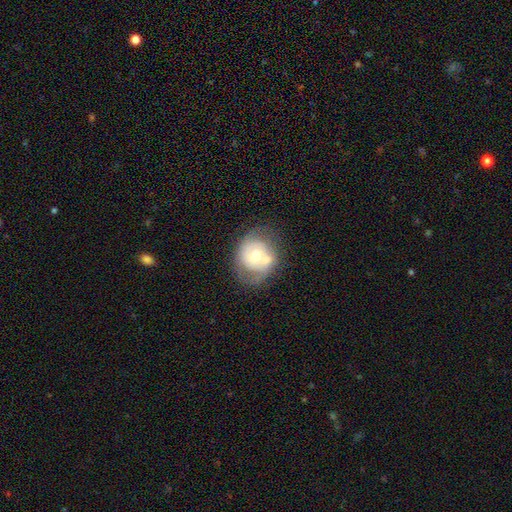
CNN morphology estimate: Smooth or featured?
  - featured or disk: 54% *
  - smooth: 39%
  - star or artifact: 7%
Edge-on disk?
  - no: 96% *
  - yes: 4%
Bar?
  - no: 81% *
  - weak: 15%
  - strong: 4%
Spiral arms?
  - no: 55% *
  - yes: 45%
Bulge size?
  - moderate: 66% *
  - small: 24%
  - large: 7%
  - none: 1%
  - dominant: 1%
Merging?
  - none: 36% *
  - merger: 35%
  - minor disturbance: 18%
  - major disturbance: 11%